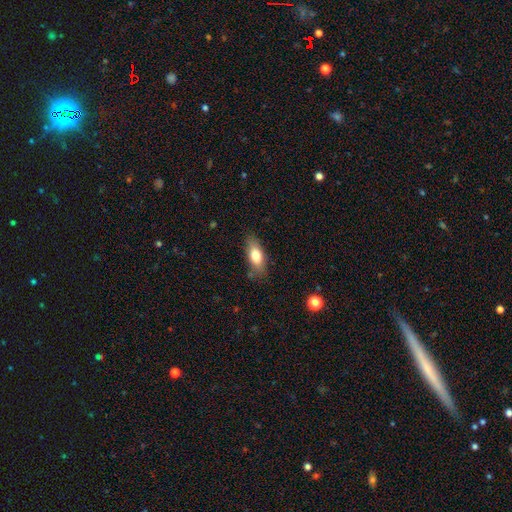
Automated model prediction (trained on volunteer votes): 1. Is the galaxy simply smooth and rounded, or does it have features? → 75% smooth, 18% featured or disk, 7% star or artifact.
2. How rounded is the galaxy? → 79% in between, 18% cigar-shaped, 4% round.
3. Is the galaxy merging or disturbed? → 78% none, 17% minor disturbance, 4% major disturbance, 2% merger.